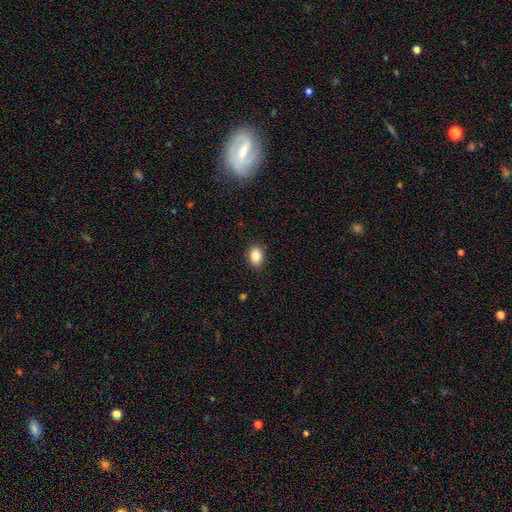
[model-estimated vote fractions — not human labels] smooth 87%, star or artifact 9%, featured or disk 5%. Down the decision tree: how rounded — in between (74%); merging — none (88%).